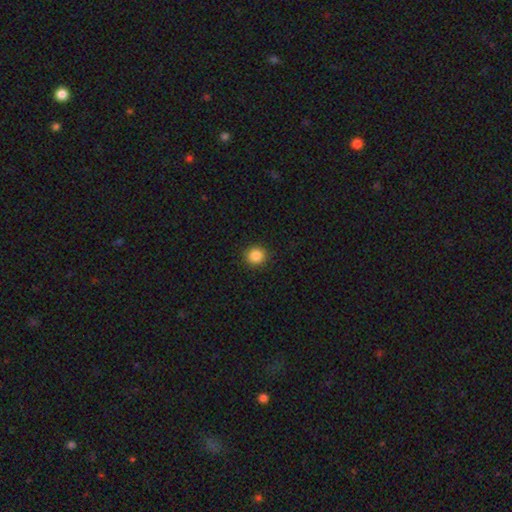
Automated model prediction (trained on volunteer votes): smooth_or_featured: smooth (p=0.86) [alt: star or artifact p=0.10]
how_rounded: round (p=0.92) [alt: in between p=0.07]
merging: none (p=0.91) [alt: minor disturbance p=0.06]